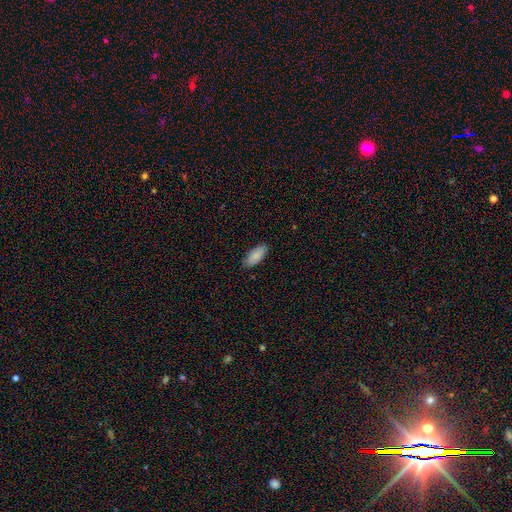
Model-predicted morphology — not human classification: Overall: smooth (88%). How rounded: in between (86%). Merging: none (86%).